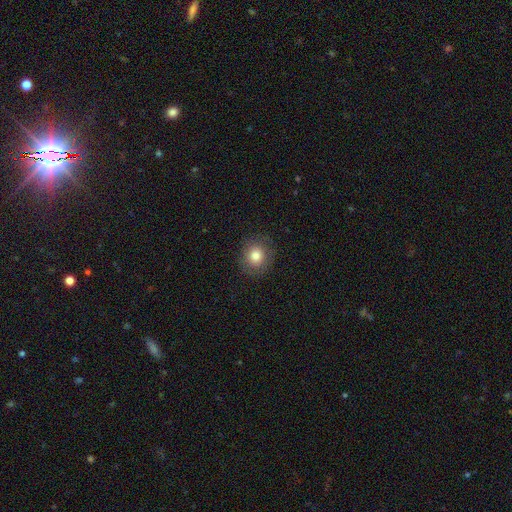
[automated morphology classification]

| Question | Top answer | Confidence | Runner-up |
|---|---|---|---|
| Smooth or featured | smooth | 80% | star or artifact (10%) |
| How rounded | round | 84% | in between (15%) |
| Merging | none | 87% | minor disturbance (9%) |